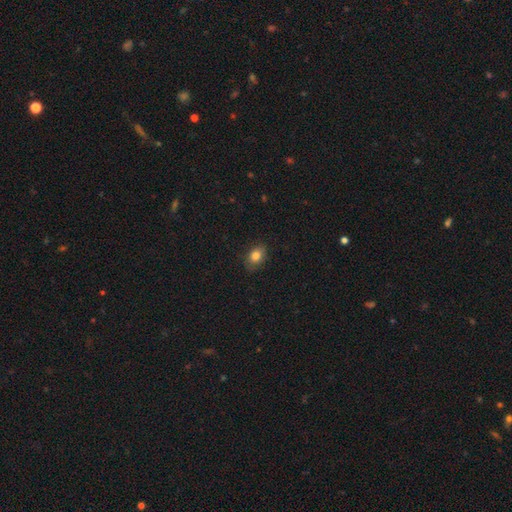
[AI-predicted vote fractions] Smooth or featured? smooth (82%)
How rounded? in between (74%)
Merging? none (81%)